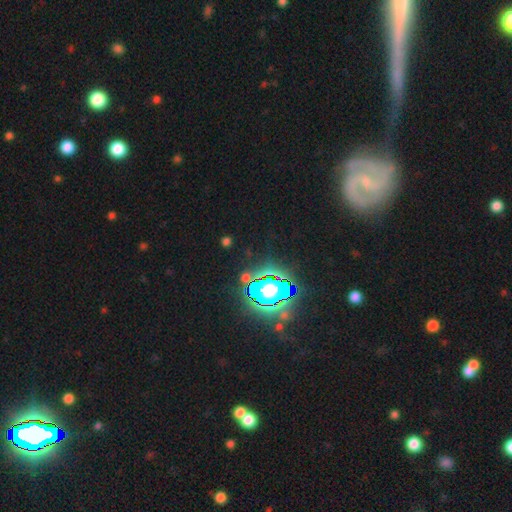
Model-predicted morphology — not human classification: Overall: star or artifact (68%).